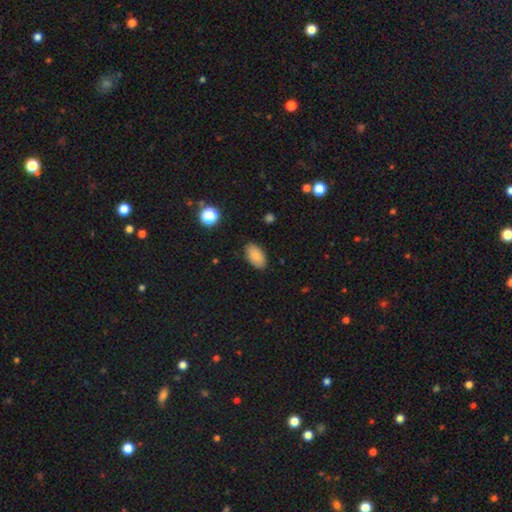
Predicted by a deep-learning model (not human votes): Q: Smooth or featured?
A: smooth (84%); runner-up: star or artifact (8%)
Q: How rounded?
A: in between (94%); runner-up: round (4%)
Q: Merging?
A: none (85%); runner-up: minor disturbance (11%)